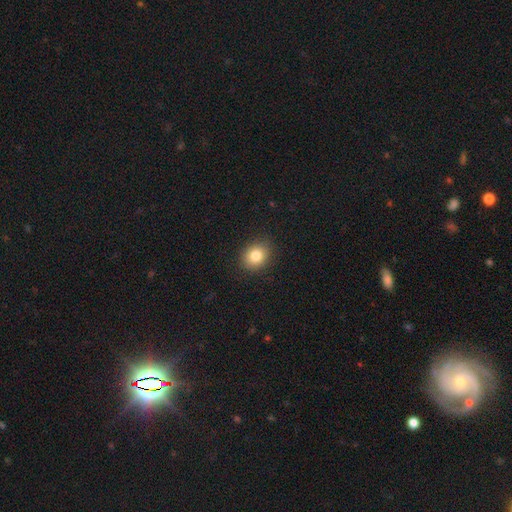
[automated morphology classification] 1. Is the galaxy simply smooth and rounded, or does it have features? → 82% smooth, 10% star or artifact, 8% featured or disk.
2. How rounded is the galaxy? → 62% round, 37% in between, 1% cigar-shaped.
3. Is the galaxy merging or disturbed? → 89% none, 8% minor disturbance, 2% major disturbance, 1% merger.